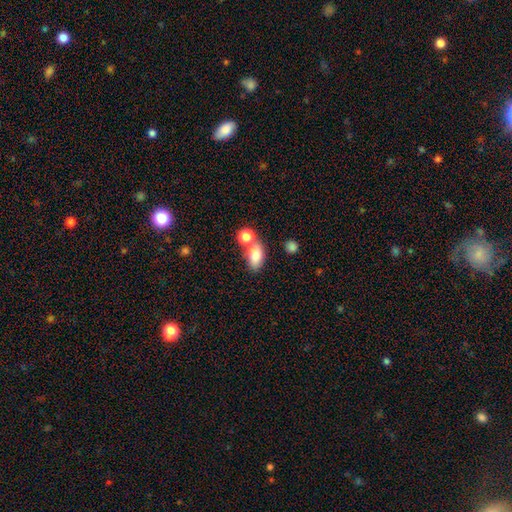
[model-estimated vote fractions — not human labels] Morphology: type=smooth (77%); roundness=in between (80%); merging=none (41%).